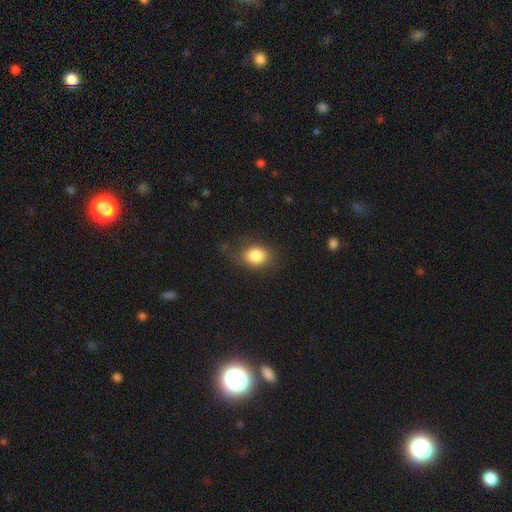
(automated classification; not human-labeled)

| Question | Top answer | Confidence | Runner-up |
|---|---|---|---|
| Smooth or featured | smooth | 85% | star or artifact (9%) |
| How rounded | in between | 62% | round (37%) |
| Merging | none | 75% | minor disturbance (18%) |